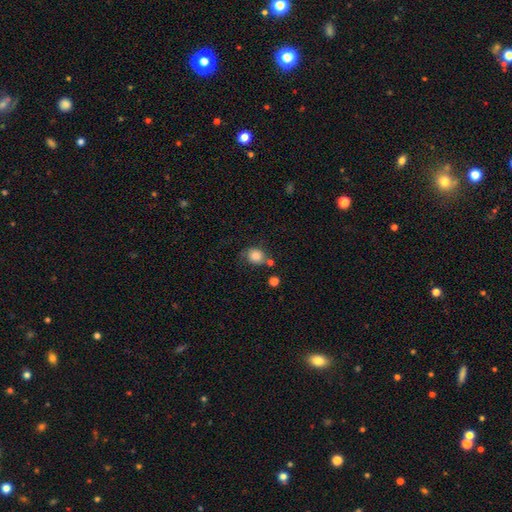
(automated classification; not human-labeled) Smooth or featured? smooth (83%)
How rounded? round (76%)
Merging? none (60%)